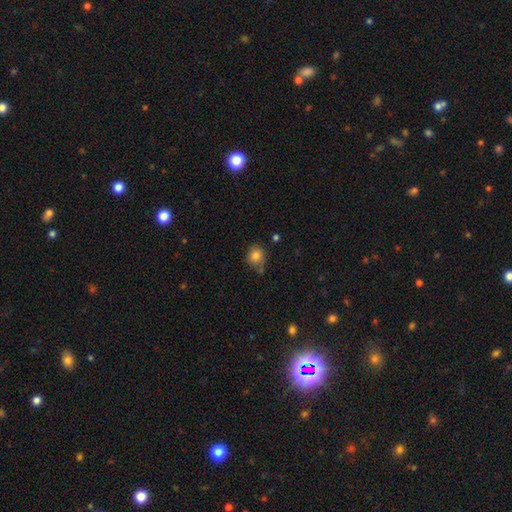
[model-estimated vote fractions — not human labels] Smooth or featured: smooth — 78% (featured or disk — 12%)
How rounded: round — 68% (in between — 31%)
Merging: none — 57% (minor disturbance — 27%)